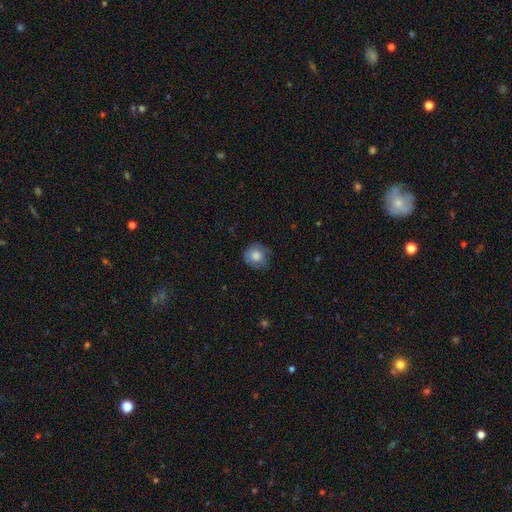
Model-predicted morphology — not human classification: A smooth galaxy with no disk features (79%) that is round (85%). Merging: none (73%).